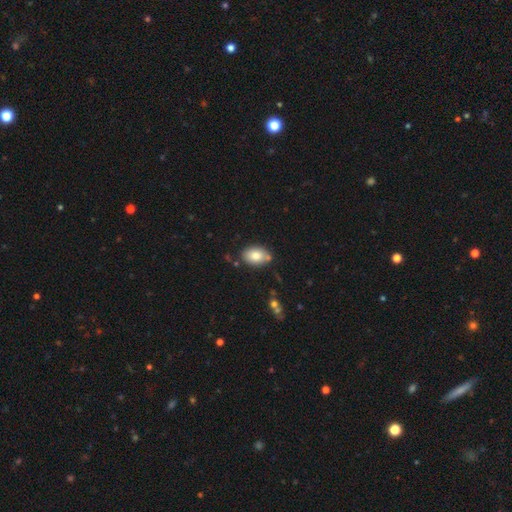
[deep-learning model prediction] Smooth or featured?
  - smooth: 80% *
  - featured or disk: 12%
  - star or artifact: 8%
How rounded?
  - in between: 84% *
  - round: 15%
  - cigar-shaped: 1%
Merging?
  - none: 75% *
  - minor disturbance: 15%
  - merger: 7%
  - major disturbance: 3%